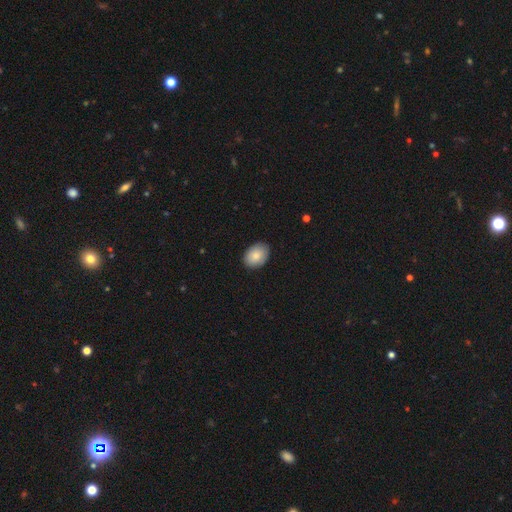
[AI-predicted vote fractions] This is clearly a smooth galaxy (83%). How rounded: likely in between (79%). Merging: clearly none (88%).